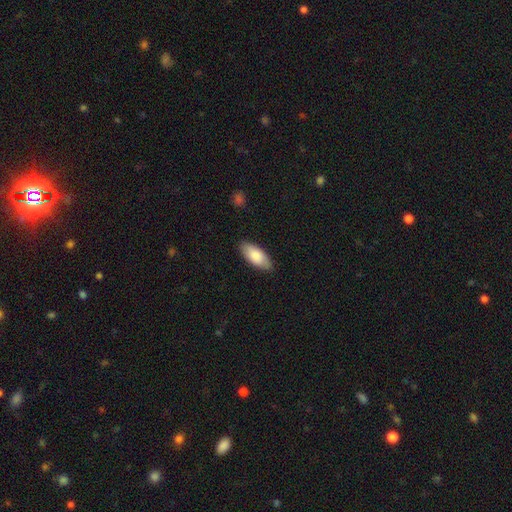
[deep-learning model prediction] Overall: smooth (82%). How rounded: in between (86%). Merging: none (85%).